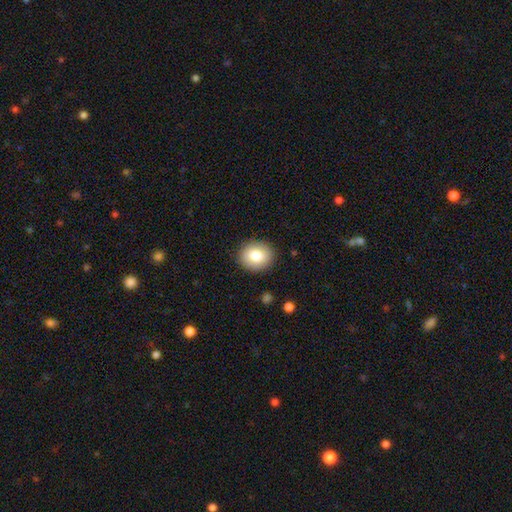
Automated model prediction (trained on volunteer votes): This is clearly a smooth galaxy (80%). How rounded: likely round (73%). Merging: clearly none (90%).